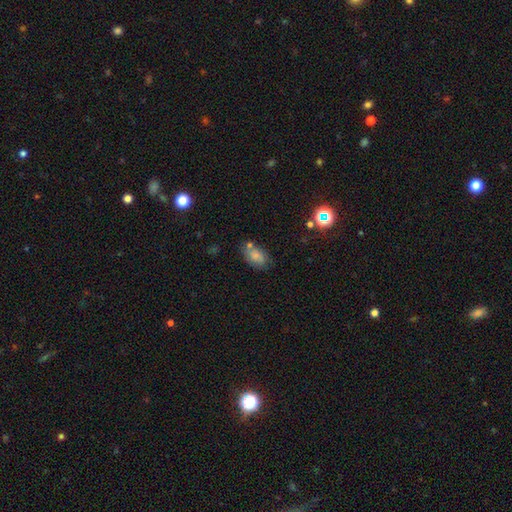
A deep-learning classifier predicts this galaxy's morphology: This appears to be a smooth galaxy with no disk features (75%) that is in between round and cigar-shaped (89%). Merging: none (60%).